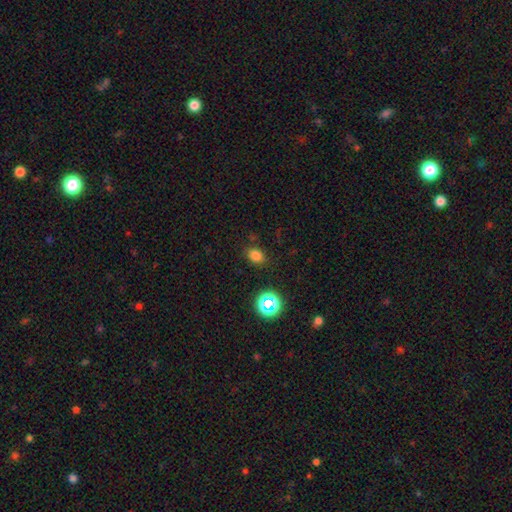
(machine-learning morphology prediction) Q: Smooth or featured?
A: smooth (75%); runner-up: star or artifact (19%)
Q: How rounded?
A: in between (56%); runner-up: round (43%)
Q: Merging?
A: none (82%); runner-up: minor disturbance (12%)